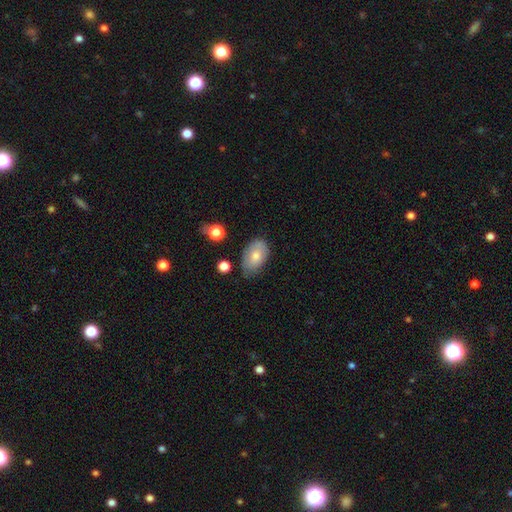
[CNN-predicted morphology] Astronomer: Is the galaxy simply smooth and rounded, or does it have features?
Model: smooth — 73%.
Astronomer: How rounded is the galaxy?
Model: in between — 90%.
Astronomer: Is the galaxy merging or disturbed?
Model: none — 65%.